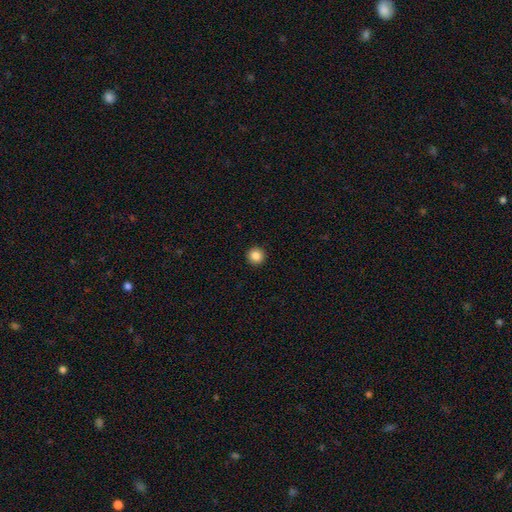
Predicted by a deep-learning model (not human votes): Smooth or featured? smooth (86%)
How rounded? round (95%)
Merging? none (93%)